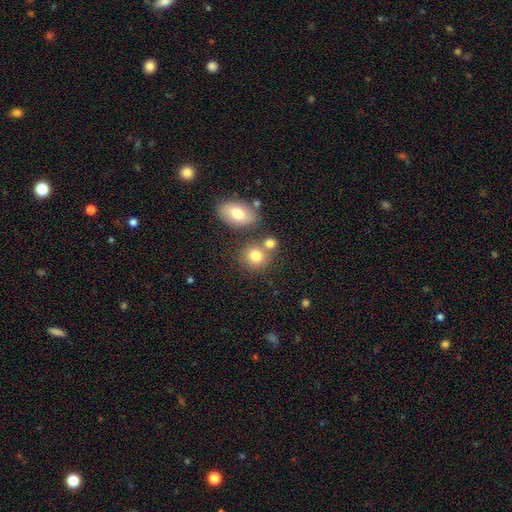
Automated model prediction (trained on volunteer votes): smooth_or_featured: smooth (p=0.78) [alt: star or artifact p=0.12]
how_rounded: round (p=0.77) [alt: in between p=0.22]
merging: none (p=0.61) [alt: merger p=0.25]